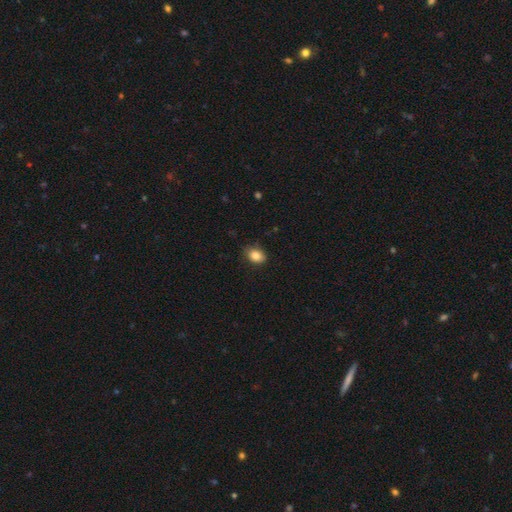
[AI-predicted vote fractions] Q: Smooth or featured?
A: smooth (85%); runner-up: star or artifact (9%)
Q: How rounded?
A: in between (72%); runner-up: round (27%)
Q: Merging?
A: none (81%); runner-up: minor disturbance (16%)